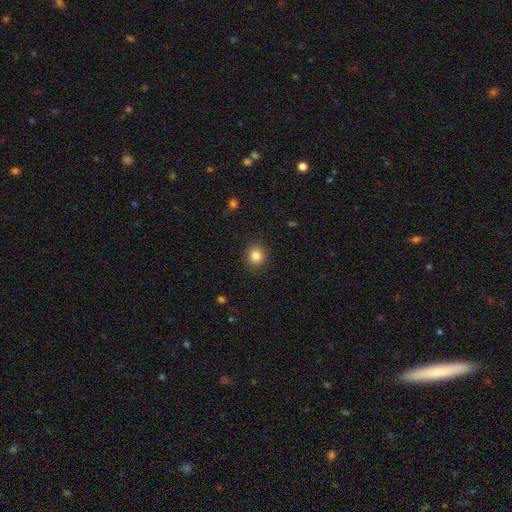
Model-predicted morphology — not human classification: Smooth or featured? Predicted: smooth (p=0.85). How rounded? Predicted: round (p=0.82). Merging? Predicted: none (p=0.90).